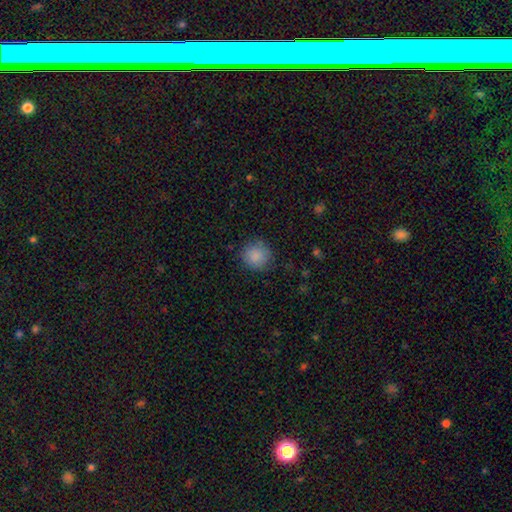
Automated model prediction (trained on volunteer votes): smooth_or_featured: smooth (p=0.87) [alt: star or artifact p=0.09]
how_rounded: round (p=0.92) [alt: in between p=0.07]
merging: none (p=0.84) [alt: minor disturbance p=0.11]